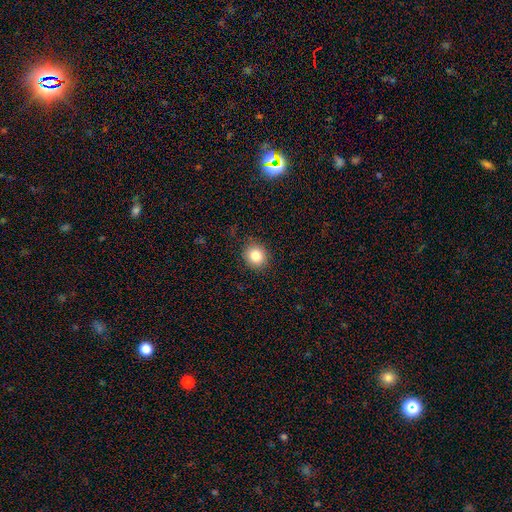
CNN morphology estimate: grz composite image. It shows a smooth galaxy with no disk features (83%) that is round (81%). Merging: none (87%).